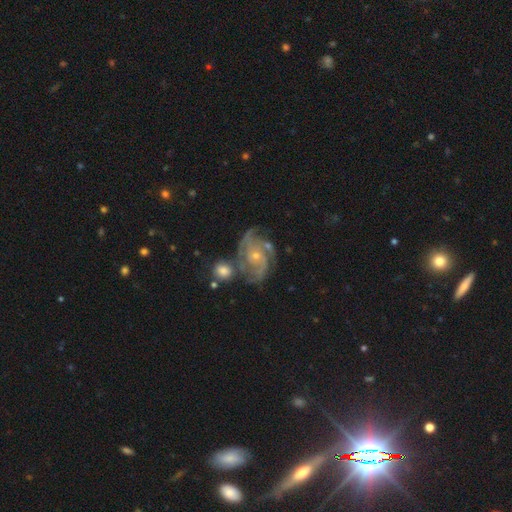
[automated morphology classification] featured or disk 87%, star or artifact 7%, smooth 6%. Down the decision tree: edge-on disk — no (98%); bar — no (68%); spiral arms — yes (97%); spiral arm count — 3 (34%); spiral winding — tight (45%); bulge size — small (68%); merging — none (60%).